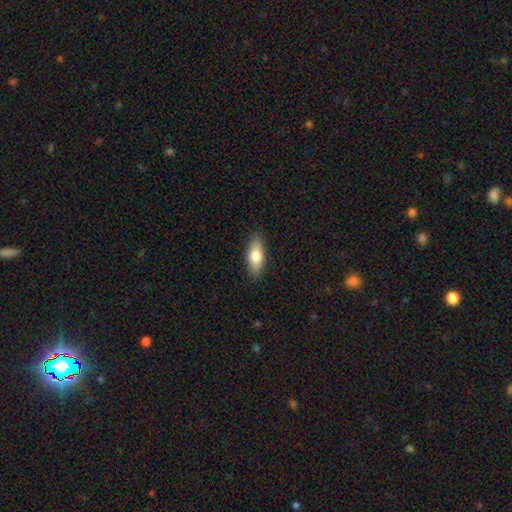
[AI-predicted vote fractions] smooth-or-featured: smooth: 75% | featured or disk: 19% | star or artifact: 6%
  how-rounded: in between: 72% | cigar-shaped: 25% | round: 3%
  merging: none: 87% | minor disturbance: 10% | major disturbance: 2% | merger: 1%